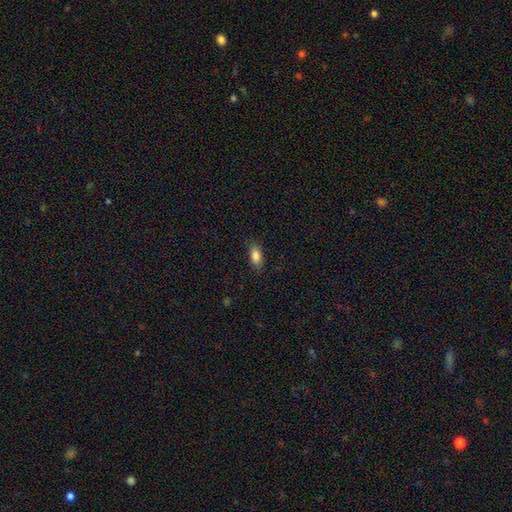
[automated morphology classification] Smooth or featured?
  - smooth: 85% *
  - star or artifact: 8%
  - featured or disk: 7%
How rounded?
  - in between: 87% *
  - cigar-shaped: 9%
  - round: 4%
Merging?
  - none: 85% *
  - minor disturbance: 11%
  - major disturbance: 3%
  - merger: 1%